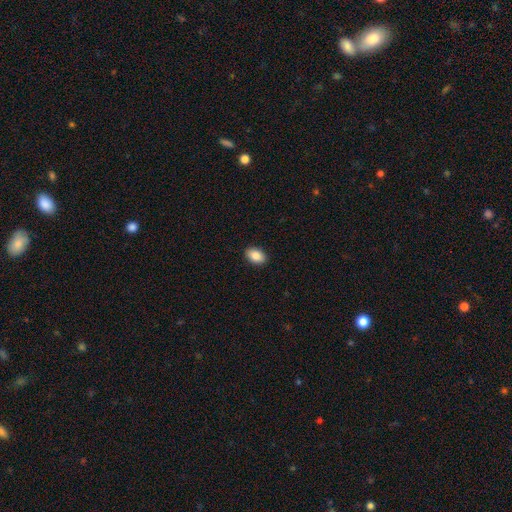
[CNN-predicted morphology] The model was most divided on "how rounded": in between: 86%, round: 12%, cigar-shaped: 1%. More confident: merging — none (91%); smooth or featured — smooth (86%).